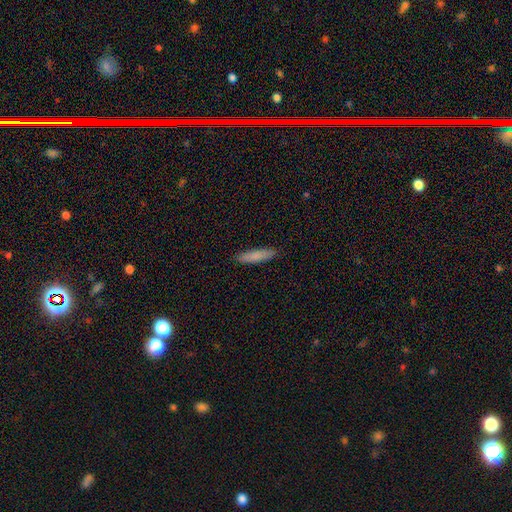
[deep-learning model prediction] Smooth or featured? Predicted: smooth (p=0.83). How rounded? Predicted: cigar-shaped (p=0.81). Merging? Predicted: none (p=0.90).